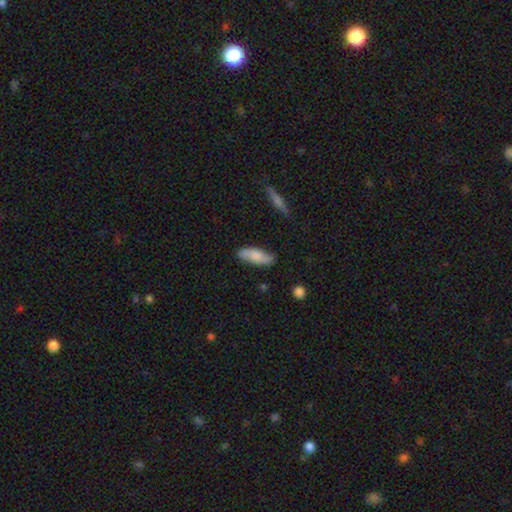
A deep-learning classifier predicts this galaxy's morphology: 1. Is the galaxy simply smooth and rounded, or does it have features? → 67% smooth, 26% featured or disk, 6% star or artifact.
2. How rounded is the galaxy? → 68% in between, 30% cigar-shaped, 2% round.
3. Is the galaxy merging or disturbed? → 78% none, 16% minor disturbance, 3% major disturbance, 2% merger.